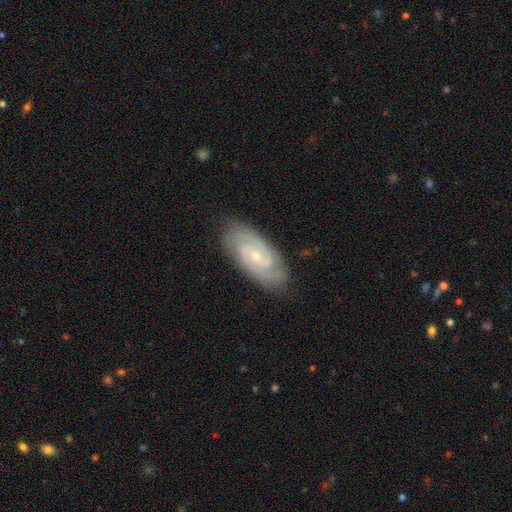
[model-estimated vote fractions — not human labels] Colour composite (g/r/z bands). It shows a featured or disk galaxy (85%) with no bar (56%), 2 (63%) tight (65%) spiral arms (97%) and a small central bulge (63%). Merging: none (83%).